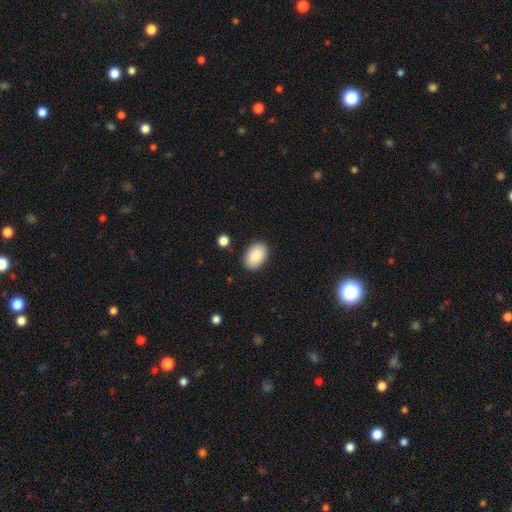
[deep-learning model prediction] A smooth galaxy with no disk features (88%) that is in between round and cigar-shaped (88%). Merging: none (87%).